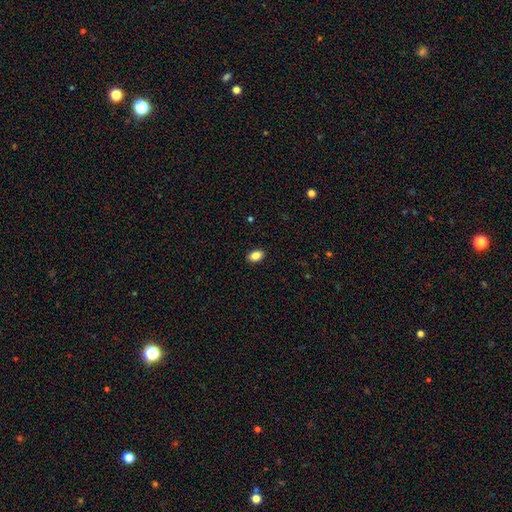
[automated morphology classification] type=smooth (86%); roundness=in between (84%); merging=none (90%).